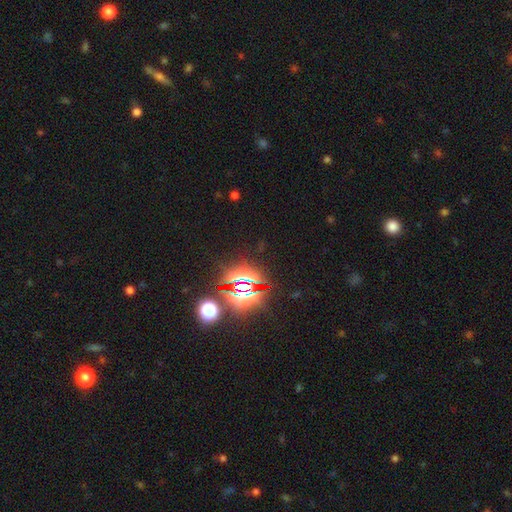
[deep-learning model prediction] This appears to be a star or artifact, not a galaxy (82%).